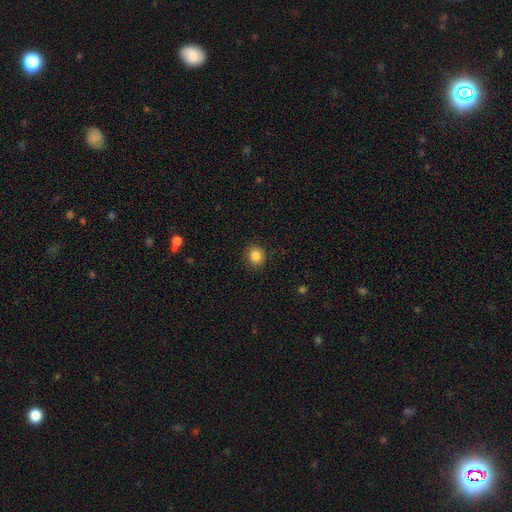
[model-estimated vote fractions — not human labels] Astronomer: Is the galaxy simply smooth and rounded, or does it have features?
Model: smooth — 86%.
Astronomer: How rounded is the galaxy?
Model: round — 83%.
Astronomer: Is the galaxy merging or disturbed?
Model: none — 89%.